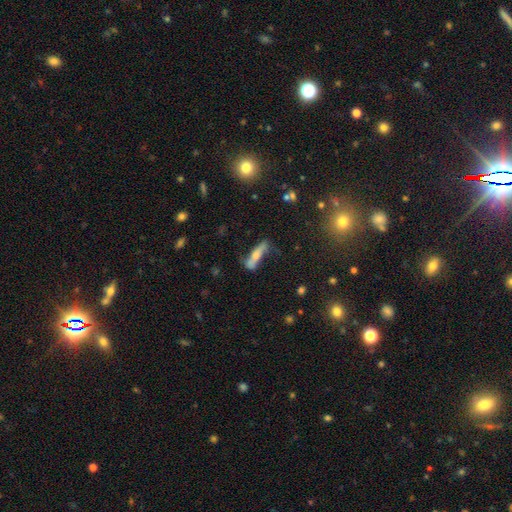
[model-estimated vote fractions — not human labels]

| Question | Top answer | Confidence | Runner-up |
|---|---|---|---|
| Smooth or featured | smooth | 56% | featured or disk (36%) |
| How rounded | cigar-shaped | 75% | in between (23%) |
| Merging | none | 50% | minor disturbance (26%) |